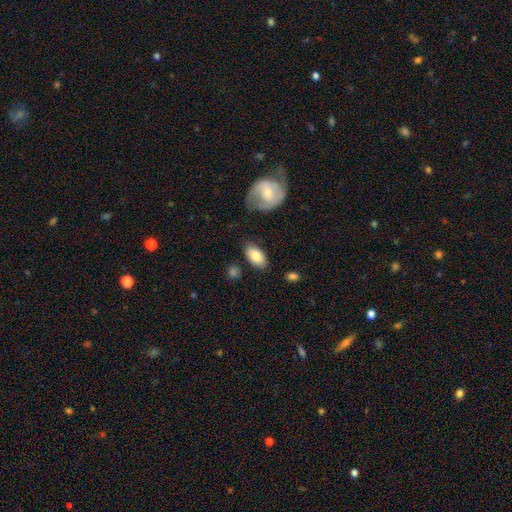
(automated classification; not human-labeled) smooth_or_featured: smooth (p=0.80) [alt: featured or disk p=0.14]
how_rounded: in between (p=0.93) [alt: round p=0.05]
merging: none (p=0.80) [alt: minor disturbance p=0.13]